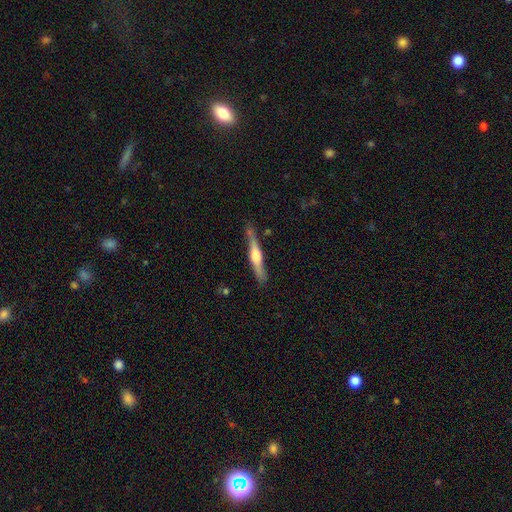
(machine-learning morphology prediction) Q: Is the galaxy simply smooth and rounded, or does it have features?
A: featured or disk — 68%.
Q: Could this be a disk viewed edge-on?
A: yes — 97%.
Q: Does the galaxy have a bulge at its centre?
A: rounded — 80%.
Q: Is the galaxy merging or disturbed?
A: none — 82%.